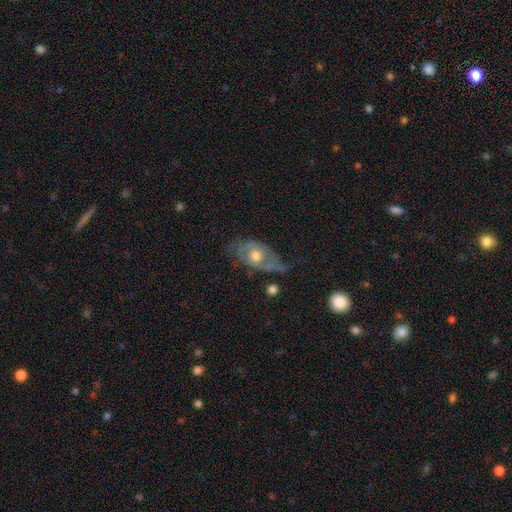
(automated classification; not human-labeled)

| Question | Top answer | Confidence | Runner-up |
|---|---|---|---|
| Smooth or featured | featured or disk | 72% | smooth (20%) |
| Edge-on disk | no | 92% | yes (8%) |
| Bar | no | 76% | weak (19%) |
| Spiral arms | yes | 76% | no (24%) |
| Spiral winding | tight | 40% | medium (39%) |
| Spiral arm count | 2 | 62% | can't tell (25%) |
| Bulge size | moderate | 73% | small (18%) |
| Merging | none | 56% | minor disturbance (26%) |